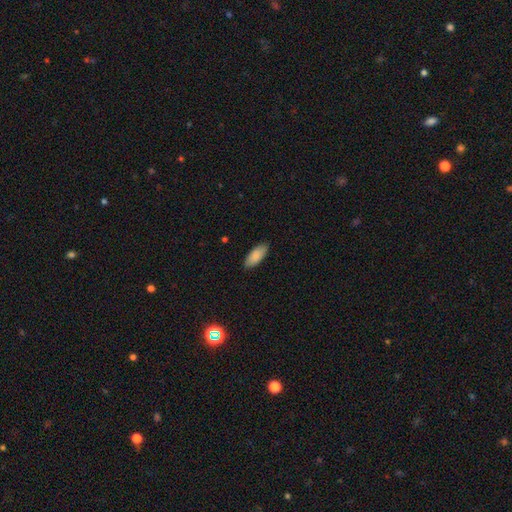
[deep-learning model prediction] A smooth galaxy with no disk features (88%) that is in between round and cigar-shaped (83%). Merging: none (86%).